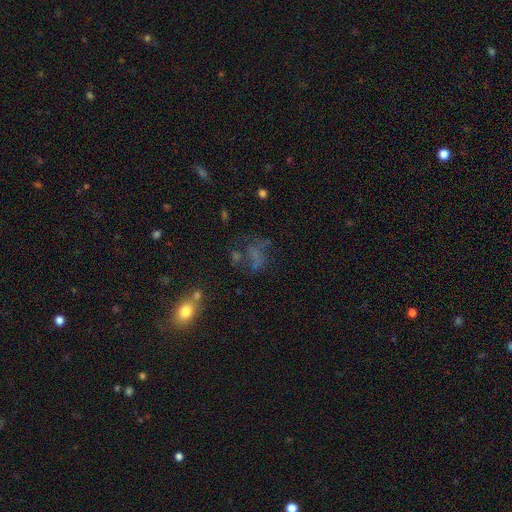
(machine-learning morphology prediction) smooth 38%, featured or disk 32%, star or artifact 30%. Down the decision tree: merging — none (41%).